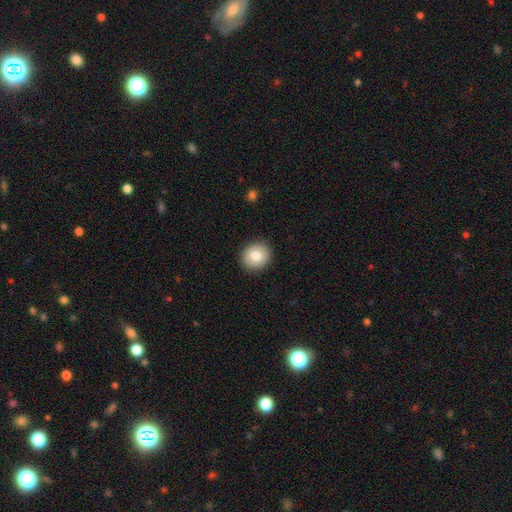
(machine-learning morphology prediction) smooth-or-featured: smooth: 82% | featured or disk: 10% | star or artifact: 8%
  how-rounded: round: 79% | in between: 20% | cigar-shaped: 1%
  merging: none: 91% | minor disturbance: 6% | major disturbance: 2% | merger: 1%